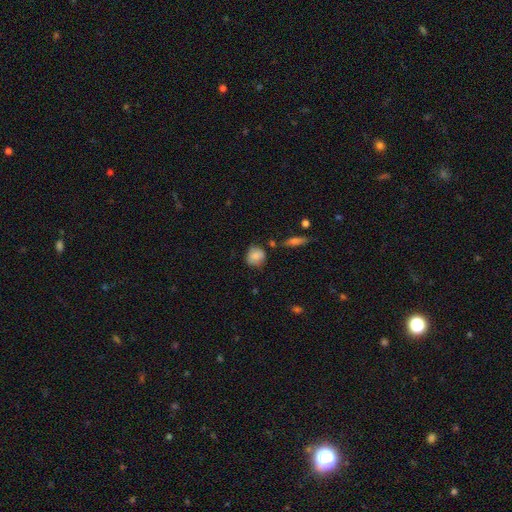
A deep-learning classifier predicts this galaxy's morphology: smooth-or-featured: smooth: 82% | featured or disk: 10% | star or artifact: 8%
  how-rounded: round: 80% | in between: 19% | cigar-shaped: 2%
  merging: none: 72% | minor disturbance: 19% | merger: 5% | major disturbance: 4%